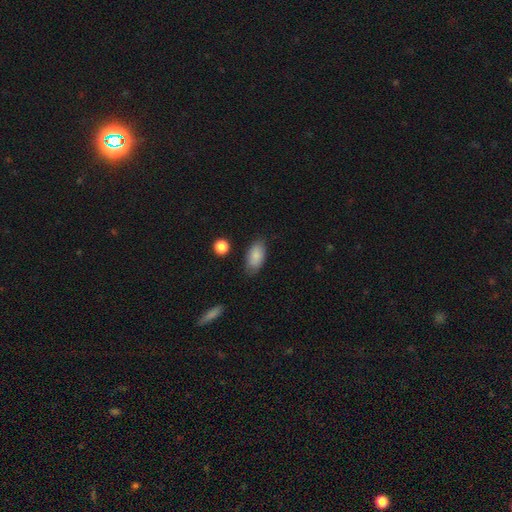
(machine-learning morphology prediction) Overall: smooth (87%). How rounded: in between (91%). Merging: none (78%).